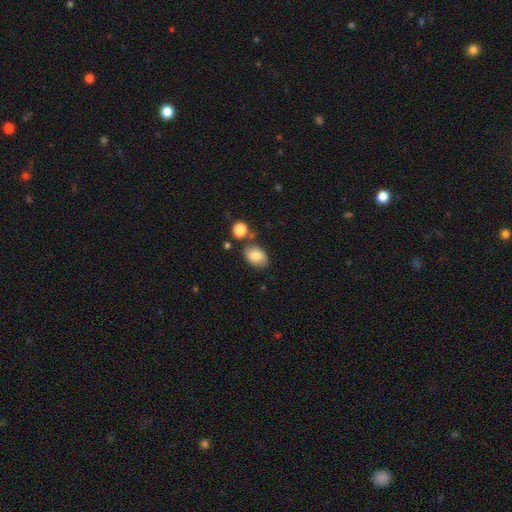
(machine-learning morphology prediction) Smooth or featured? Predicted: smooth (p=0.81). How rounded? Predicted: in between (p=0.85). Merging? Predicted: none (p=0.74).